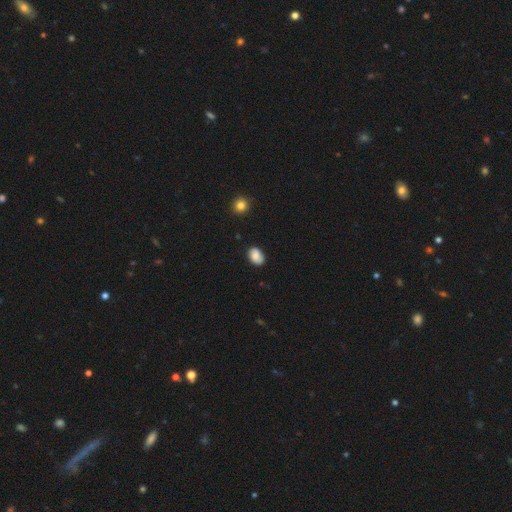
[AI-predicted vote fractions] The model was most divided on "merging": none: 77%, minor disturbance: 18%, major disturbance: 3%, merger: 2%. More confident: how rounded — in between (80%); smooth or featured — smooth (78%).